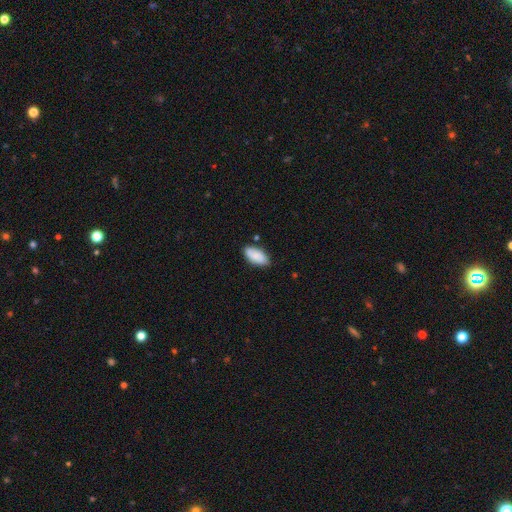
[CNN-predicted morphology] smooth-or-featured: smooth: 87% | featured or disk: 7% | star or artifact: 6%
  how-rounded: in between: 93% | cigar-shaped: 5% | round: 2%
  merging: none: 79% | minor disturbance: 16% | major disturbance: 3% | merger: 2%